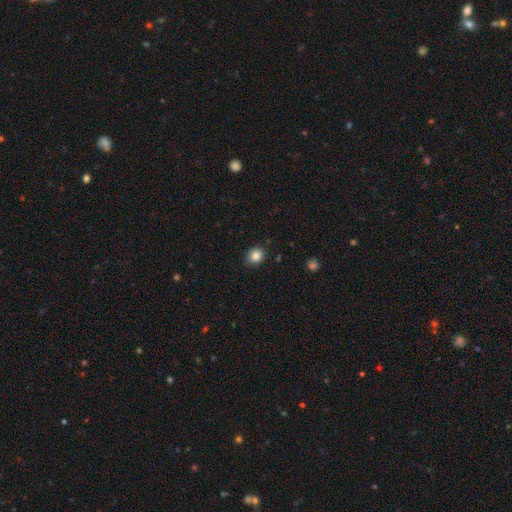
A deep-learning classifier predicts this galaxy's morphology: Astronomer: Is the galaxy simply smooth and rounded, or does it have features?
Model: smooth — 86%.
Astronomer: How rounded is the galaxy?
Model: round — 59% (runner-up: in between, 40%).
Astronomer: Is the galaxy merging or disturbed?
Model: none — 87%.